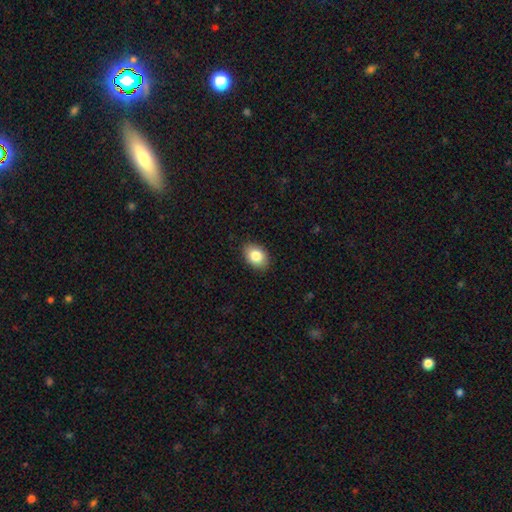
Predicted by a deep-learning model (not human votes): This appears to be a smooth galaxy with no disk features (85%) that is in between round and cigar-shaped (83%). Merging: none (88%).